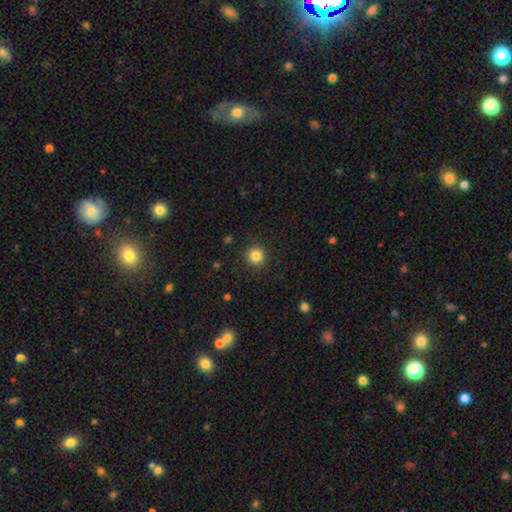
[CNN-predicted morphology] smooth 84%, star or artifact 11%, featured or disk 4%. Down the decision tree: how rounded — round (94%); merging — none (90%).